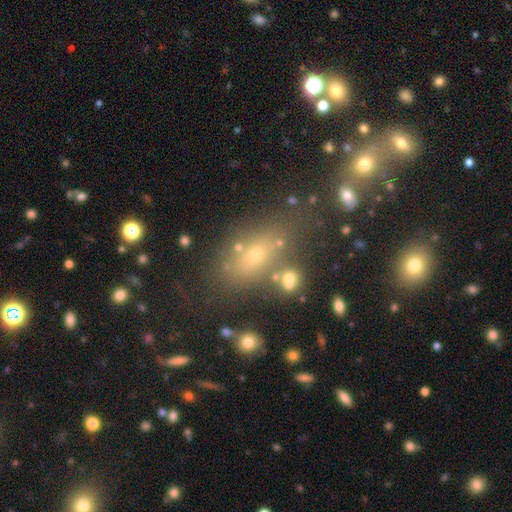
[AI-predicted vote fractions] Smooth or featured? smooth (61%)
How rounded? in between (74%)
Merging? none (65%)